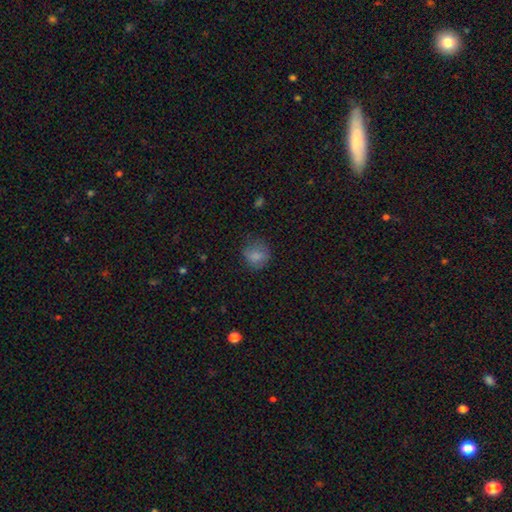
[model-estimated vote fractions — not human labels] smooth-or-featured: smooth: 78% | featured or disk: 11% | star or artifact: 11%
  how-rounded: round: 75% | in between: 24% | cigar-shaped: 1%
  merging: none: 65% | minor disturbance: 23% | major disturbance: 10% | merger: 1%